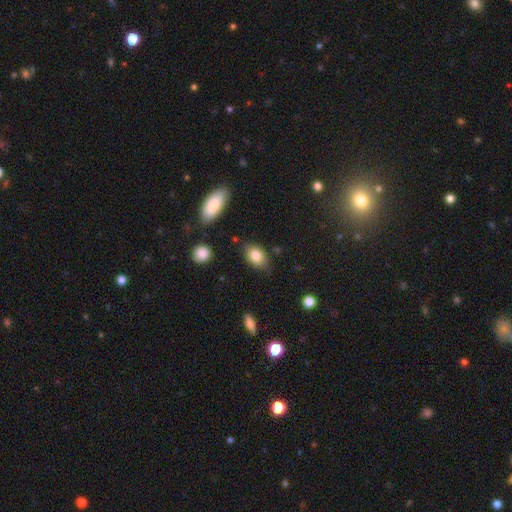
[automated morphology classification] smooth 83%, featured or disk 10%, star or artifact 8%. Down the decision tree: how rounded — in between (87%); merging — none (77%).